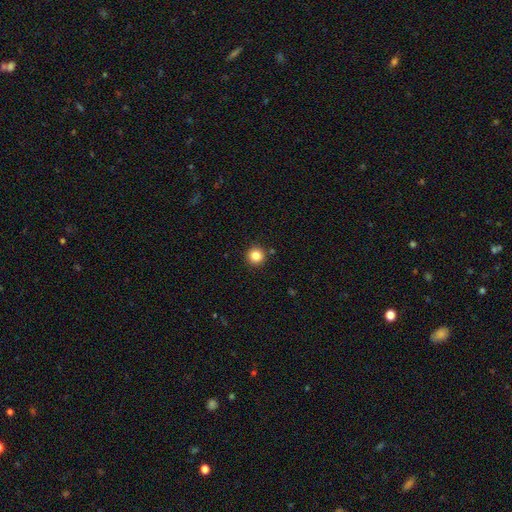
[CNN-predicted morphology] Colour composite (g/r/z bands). It shows a smooth galaxy with no disk features (84%) that is round (95%). Merging: none (90%).